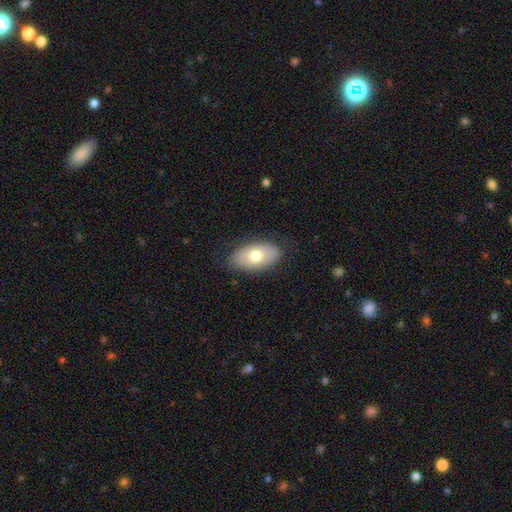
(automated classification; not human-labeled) This is likely a smooth galaxy (71%). How rounded: clearly in between (93%). Merging: clearly none (83%).